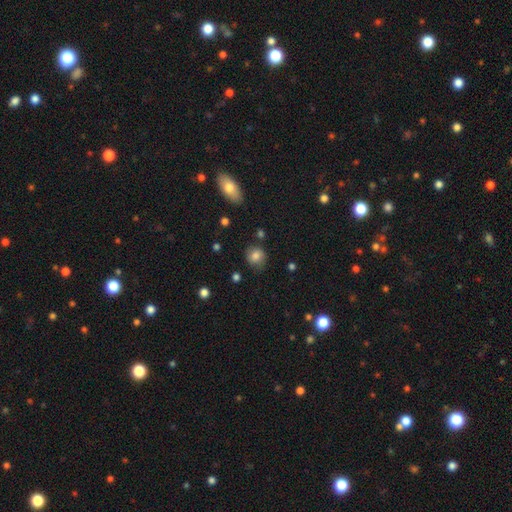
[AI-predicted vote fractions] A smooth galaxy with no disk features (79%) that is round (80%).

Vote fractions:
- Smooth or featured? smooth: 79% / star or artifact: 10% / featured or disk: 10%
- How rounded? round: 80% / in between: 19% / cigar-shaped: 1%
- Merging? none: 75% / minor disturbance: 17% / major disturbance: 5% / merger: 3%